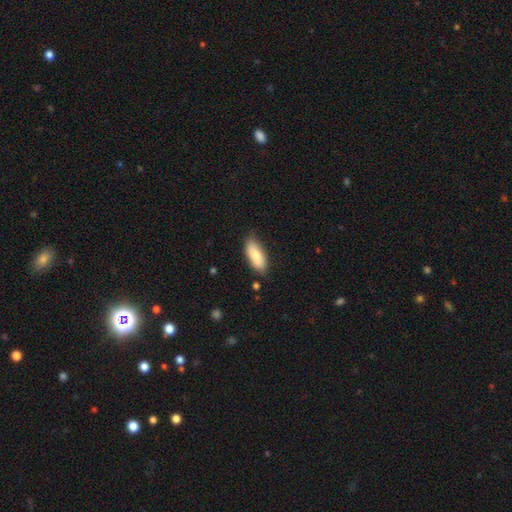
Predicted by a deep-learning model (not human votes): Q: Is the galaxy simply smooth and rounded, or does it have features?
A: smooth — 81%.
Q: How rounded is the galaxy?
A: in between — 79%.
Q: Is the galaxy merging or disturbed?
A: none — 78%.